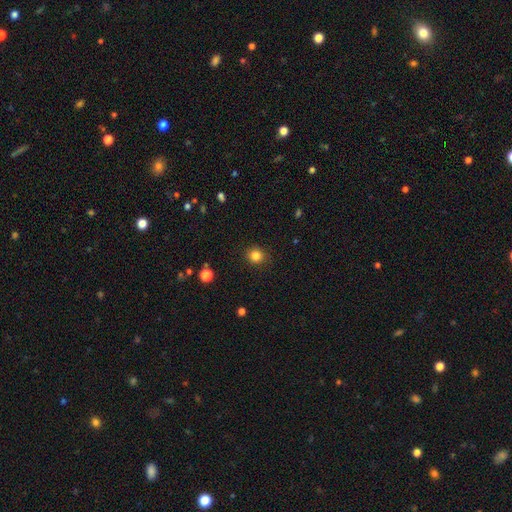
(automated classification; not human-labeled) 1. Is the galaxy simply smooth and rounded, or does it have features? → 83% smooth, 13% star or artifact, 5% featured or disk.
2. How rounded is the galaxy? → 89% round, 10% in between, 1% cigar-shaped.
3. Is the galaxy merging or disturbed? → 90% none, 7% minor disturbance, 2% major disturbance, 1% merger.